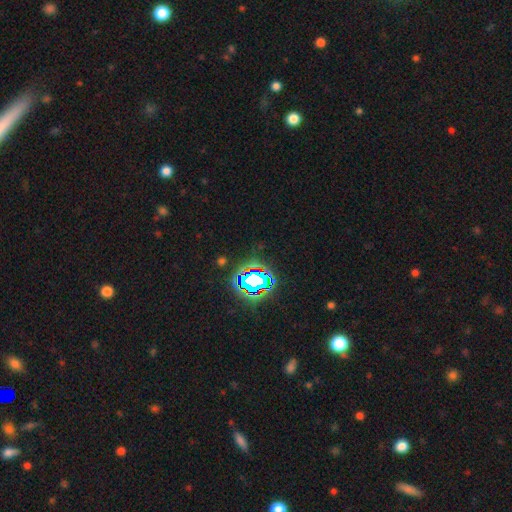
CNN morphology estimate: Smooth or featured? star or artifact (78%)